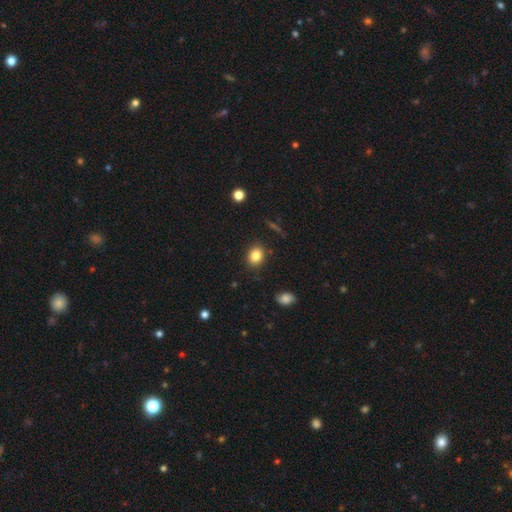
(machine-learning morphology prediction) This appears to be a smooth galaxy with no disk features (84%) that is in between round and cigar-shaped (49%, tied with round). Merging: none (86%).